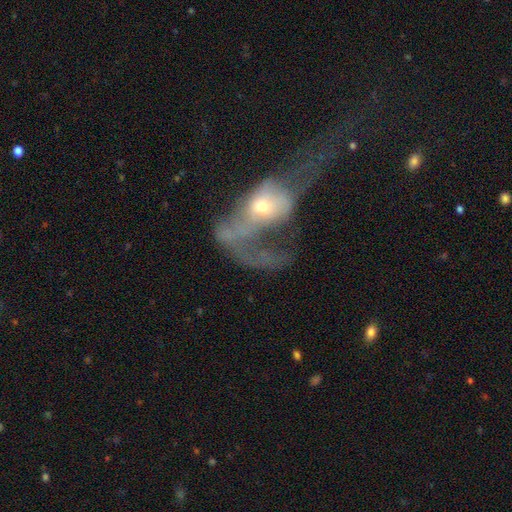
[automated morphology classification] This is likely a featured or disk galaxy (62%). It is clearly not viewed edge-on (90%). Bar: likely no (77%). Spiral arm pattern: possibly no (60%). Central bulge: possibly moderate (56%). Merging: likely major disturbance (64%).